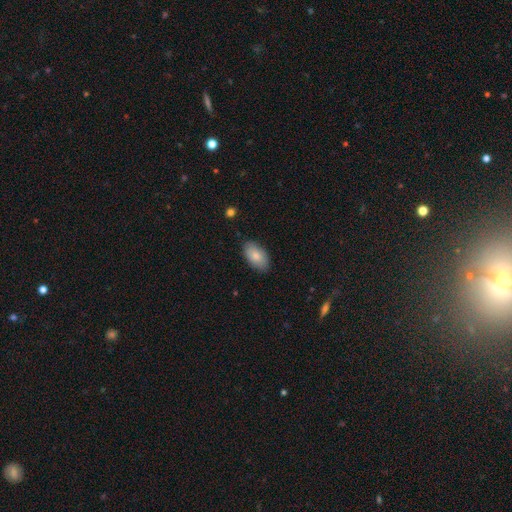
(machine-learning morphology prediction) Q: Smooth or featured?
A: smooth (83%); runner-up: featured or disk (10%)
Q: How rounded?
A: in between (94%); runner-up: round (3%)
Q: Merging?
A: none (85%); runner-up: minor disturbance (12%)